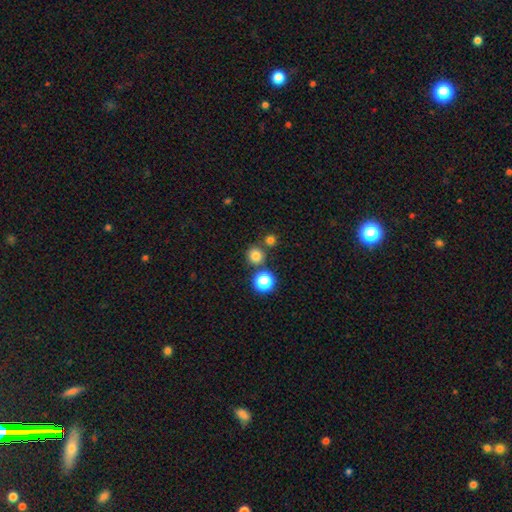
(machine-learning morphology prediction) Smooth or featured?
  - smooth: 76% *
  - star or artifact: 18%
  - featured or disk: 6%
How rounded?
  - round: 93% *
  - in between: 6%
  - cigar-shaped: 1%
Merging?
  - none: 78% *
  - merger: 12%
  - minor disturbance: 7%
  - major disturbance: 3%